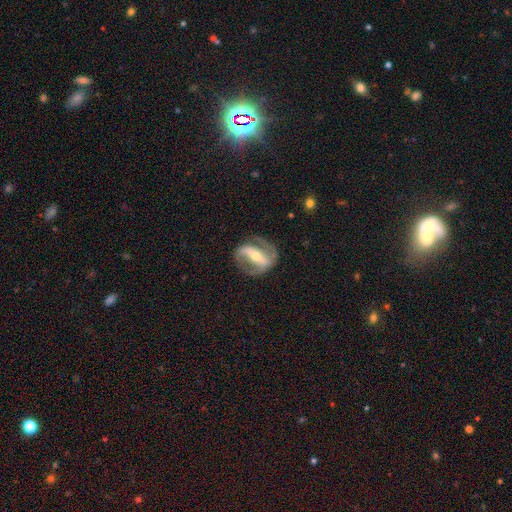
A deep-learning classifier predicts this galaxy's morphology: This appears to be a featured or disk galaxy (85%) with a strong bar (74%), 2 (85%) medium (45%) spiral arms (85%) and a moderate central bulge (50%). Merging: none (75%).